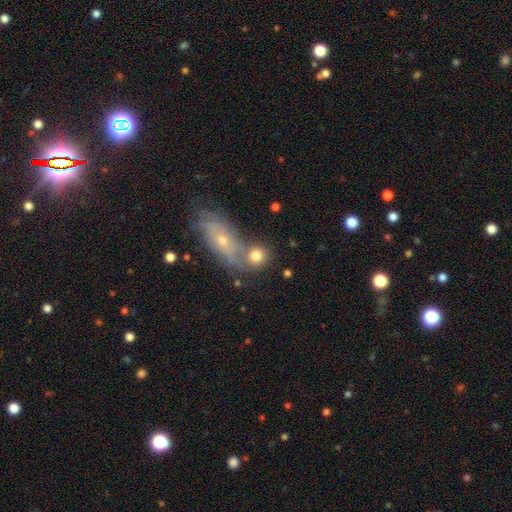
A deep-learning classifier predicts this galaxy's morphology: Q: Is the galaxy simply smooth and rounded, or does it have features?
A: smooth — 77%.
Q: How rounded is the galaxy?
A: round — 75%.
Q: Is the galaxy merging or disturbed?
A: none — 49%.